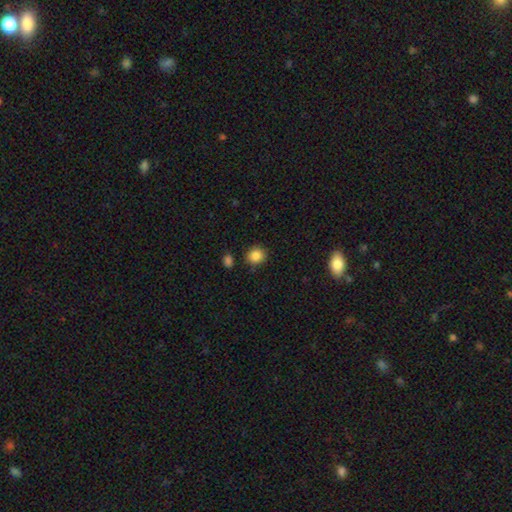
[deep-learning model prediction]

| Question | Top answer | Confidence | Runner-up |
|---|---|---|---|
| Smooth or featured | smooth | 86% | star or artifact (10%) |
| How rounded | round | 86% | in between (13%) |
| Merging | none | 85% | minor disturbance (9%) |